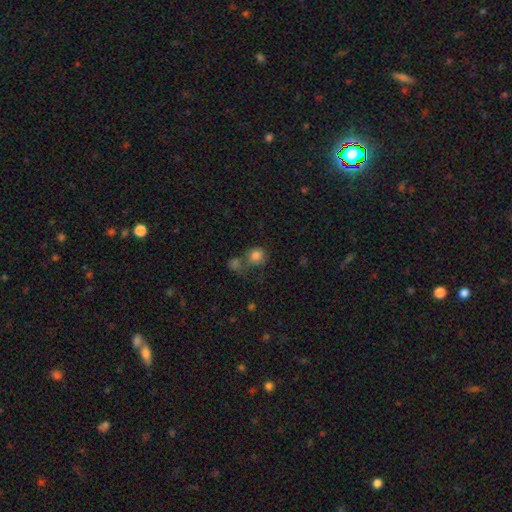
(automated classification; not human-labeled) Morphology: type=smooth (81%); roundness=round (84%); merging=none (44%).